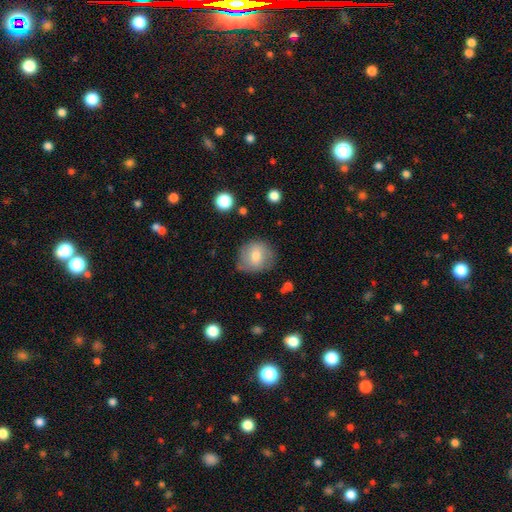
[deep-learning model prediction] This is likely a smooth galaxy (73%). How rounded: clearly round (80%). Merging: likely none (71%).